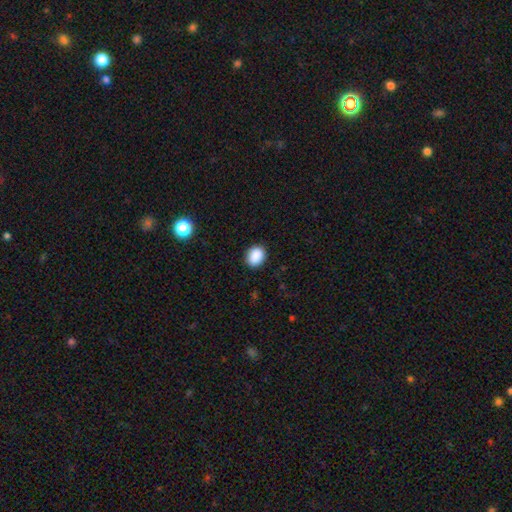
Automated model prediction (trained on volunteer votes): Smooth or featured?
  - smooth: 89% *
  - star or artifact: 8%
  - featured or disk: 3%
How rounded?
  - in between: 52% *
  - round: 47%
  - cigar-shaped: 1%
Merging?
  - none: 88% *
  - minor disturbance: 8%
  - major disturbance: 2%
  - merger: 1%